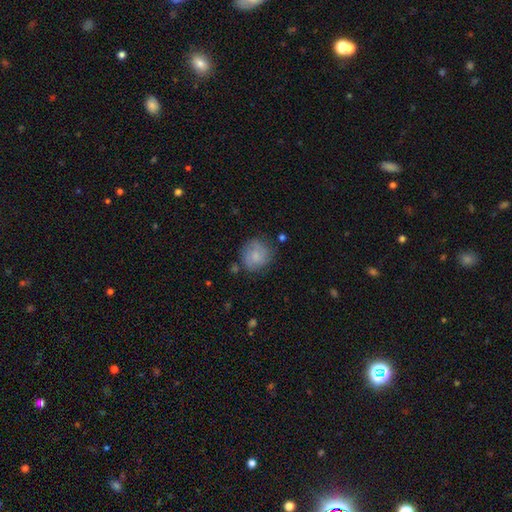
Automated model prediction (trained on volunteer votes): A smooth galaxy with no disk features (61%) that is round (85%). Merging: none (72%).